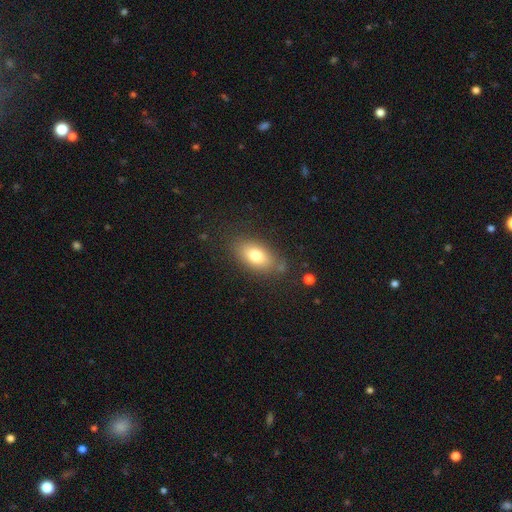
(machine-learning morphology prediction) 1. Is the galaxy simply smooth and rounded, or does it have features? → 77% smooth, 14% featured or disk, 9% star or artifact.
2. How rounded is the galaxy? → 89% in between, 7% round, 4% cigar-shaped.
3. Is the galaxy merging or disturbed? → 78% none, 15% minor disturbance, 4% major disturbance, 3% merger.